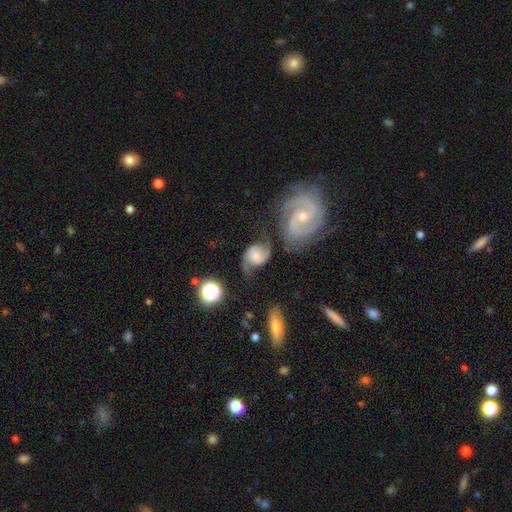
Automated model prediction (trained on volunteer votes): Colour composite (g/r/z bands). It shows a featured or disk galaxy (73%) with no bar (46%), 2 (89%) medium (45%) spiral arms (94%) and a moderate central bulge (38%). Merging: none (46%).